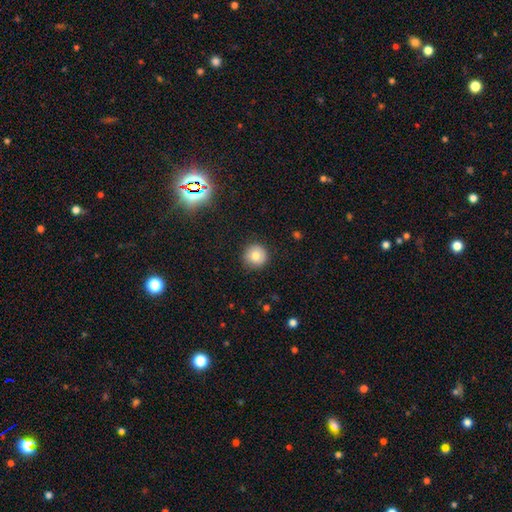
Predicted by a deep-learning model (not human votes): The model was most divided on "smooth or featured": smooth: 77%, featured or disk: 12%, star or artifact: 11%. More confident: how rounded — round (94%); merging — none (87%).